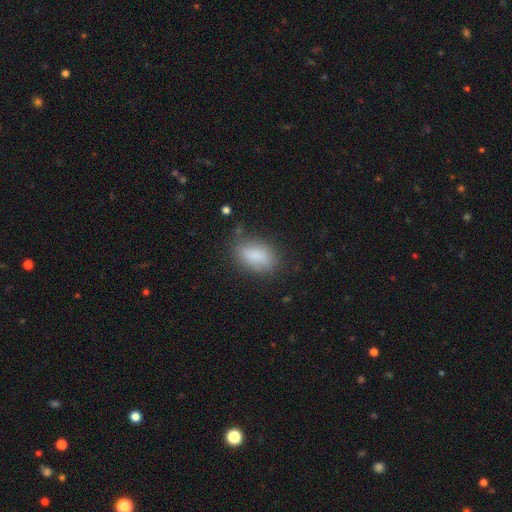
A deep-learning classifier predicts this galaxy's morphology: Overall: smooth (81%). How rounded: in between (89%). Merging: none (73%).